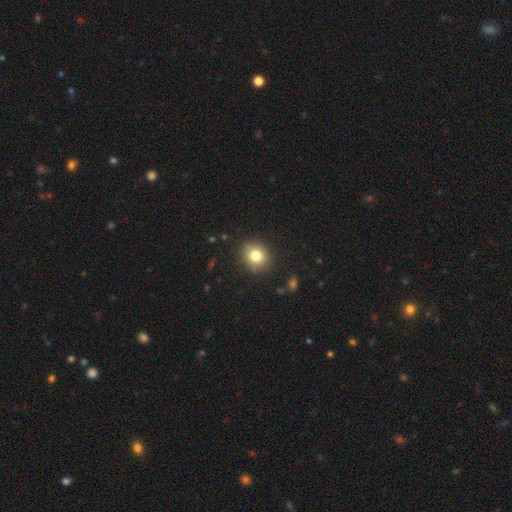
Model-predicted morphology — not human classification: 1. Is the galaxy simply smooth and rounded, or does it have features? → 79% smooth, 12% star or artifact, 10% featured or disk.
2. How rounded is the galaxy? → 76% round, 23% in between, 1% cigar-shaped.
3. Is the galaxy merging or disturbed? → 88% none, 9% minor disturbance, 2% major disturbance, 1% merger.